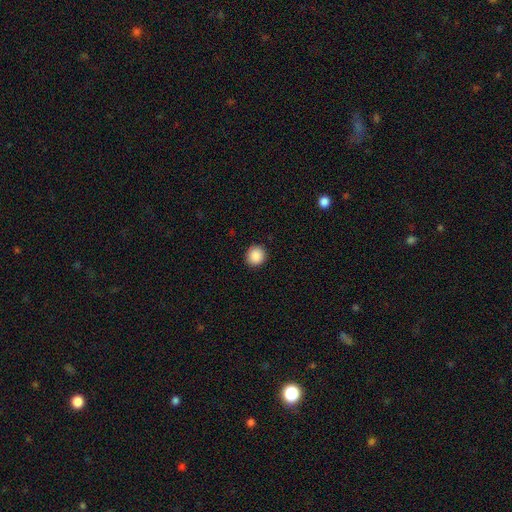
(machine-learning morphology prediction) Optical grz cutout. It shows a smooth galaxy with no disk features (89%) that is round (91%). Merging: none (92%).